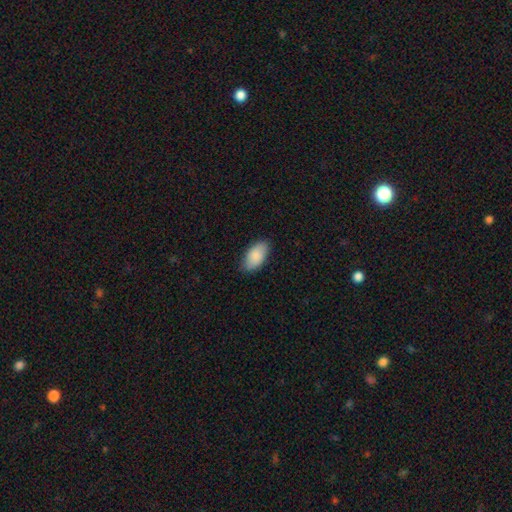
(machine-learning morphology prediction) A smooth galaxy with no disk features (88%) that is in between round and cigar-shaped (95%).

Vote fractions:
- Smooth or featured? smooth: 88% / featured or disk: 6% / star or artifact: 6%
- How rounded? in between: 95% / round: 3% / cigar-shaped: 2%
- Merging? none: 83% / minor disturbance: 13% / major disturbance: 2% / merger: 1%